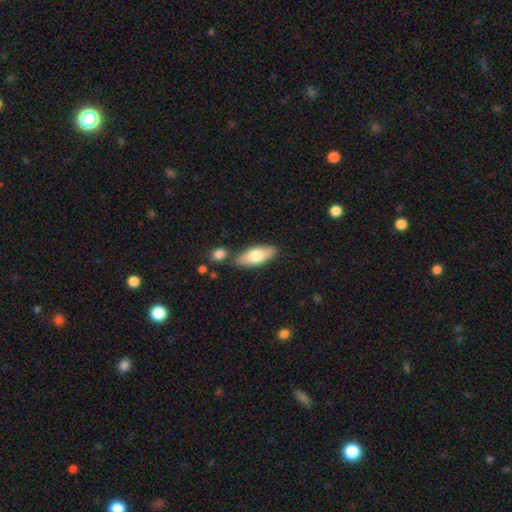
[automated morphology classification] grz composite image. It shows a smooth galaxy with no disk features (72%) that is in between round and cigar-shaped (76%). Merging: none (76%).